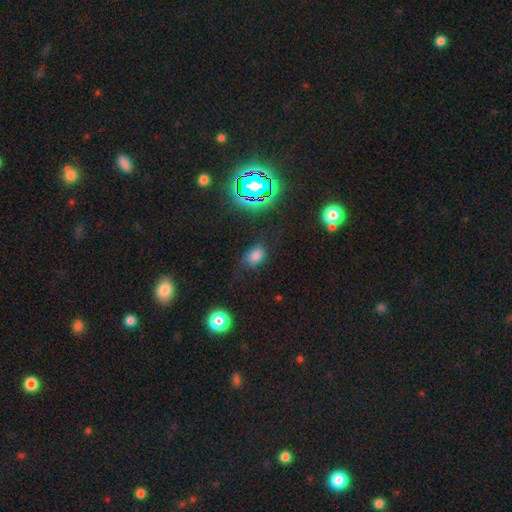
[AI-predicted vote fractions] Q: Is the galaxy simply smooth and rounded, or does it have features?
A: smooth — 69%.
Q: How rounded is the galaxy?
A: in between — 76%.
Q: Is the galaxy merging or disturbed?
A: none — 68%.